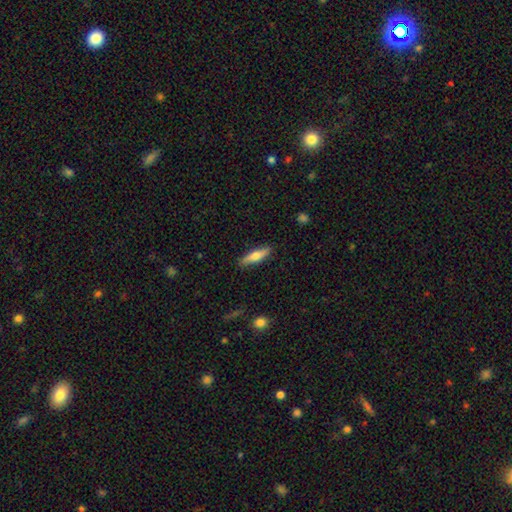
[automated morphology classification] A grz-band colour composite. It shows a smooth galaxy with no disk features (61%) that is cigar-shaped (67%). Merging: none (86%).